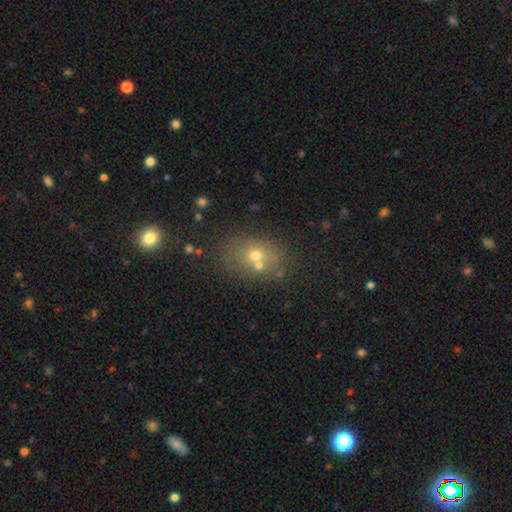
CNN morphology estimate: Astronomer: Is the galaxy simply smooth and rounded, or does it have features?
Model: smooth — 61%.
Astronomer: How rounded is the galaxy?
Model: in between — 52% (runner-up: round, 47%).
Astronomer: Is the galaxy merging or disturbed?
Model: none — 55%.